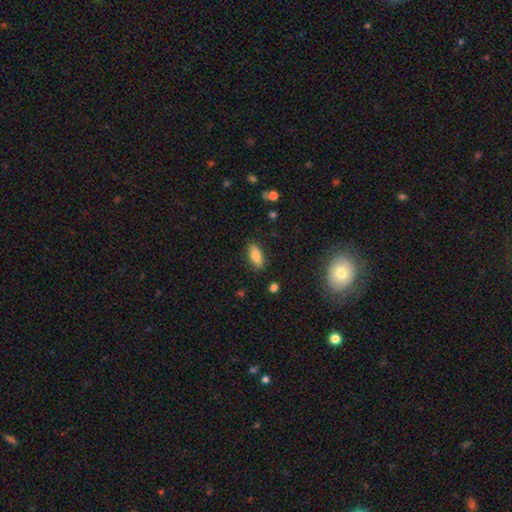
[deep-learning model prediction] This appears to be a smooth galaxy with no disk features (82%) that is in between round and cigar-shaped (81%). Merging: none (86%).